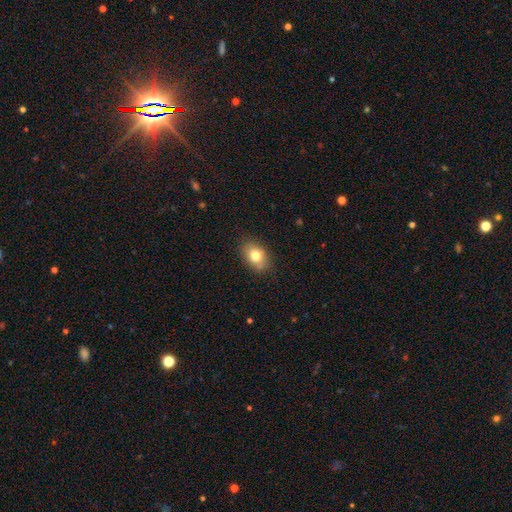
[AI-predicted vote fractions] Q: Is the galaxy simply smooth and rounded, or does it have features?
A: smooth — 78%.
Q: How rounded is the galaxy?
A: in between — 75%.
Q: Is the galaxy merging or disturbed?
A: none — 82%.